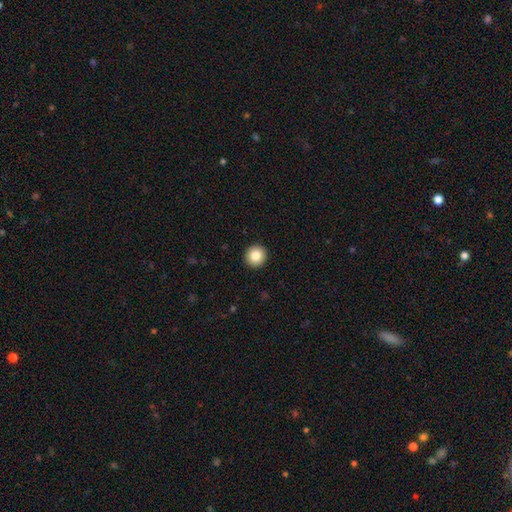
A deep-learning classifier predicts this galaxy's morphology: Q: Smooth or featured?
A: smooth (84%); runner-up: star or artifact (9%)
Q: How rounded?
A: round (95%); runner-up: in between (4%)
Q: Merging?
A: none (94%); runner-up: minor disturbance (4%)